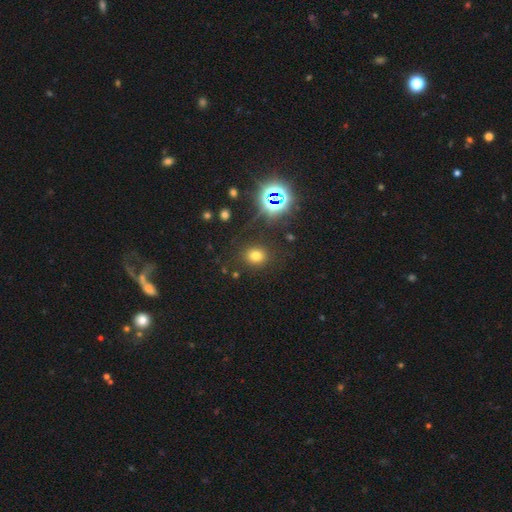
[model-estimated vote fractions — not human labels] Smooth or featured? Predicted: smooth (p=0.69). How rounded? Predicted: round (p=0.67). Merging? Predicted: none (p=0.85).